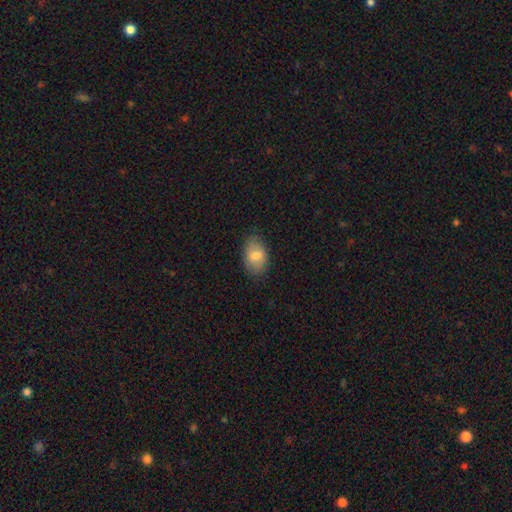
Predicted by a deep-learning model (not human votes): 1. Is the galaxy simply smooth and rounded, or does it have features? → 76% smooth, 17% featured or disk, 7% star or artifact.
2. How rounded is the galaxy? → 89% in between, 10% round, 1% cigar-shaped.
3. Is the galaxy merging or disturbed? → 80% none, 15% minor disturbance, 3% major disturbance, 1% merger.